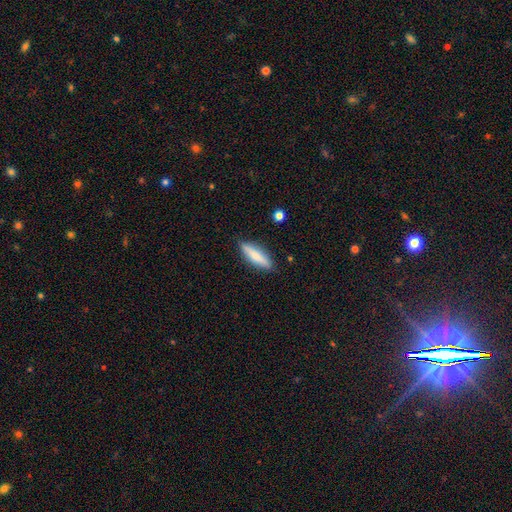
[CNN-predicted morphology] The model was most divided on "how rounded": cigar-shaped: 68%, in between: 30%, round: 2%. More confident: merging — none (86%); smooth or featured — smooth (69%).